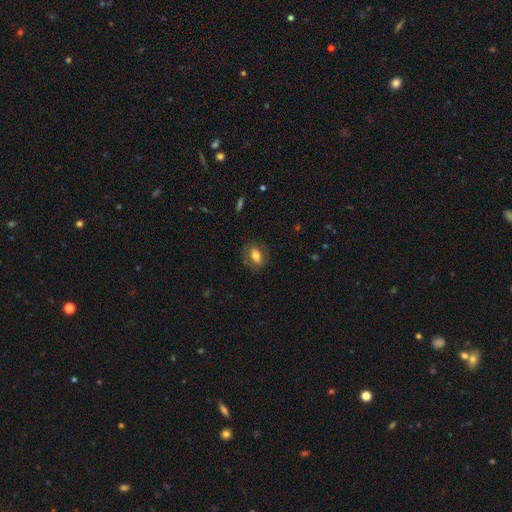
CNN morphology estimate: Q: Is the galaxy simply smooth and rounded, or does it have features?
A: smooth — 70%.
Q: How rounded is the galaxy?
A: in between — 74%.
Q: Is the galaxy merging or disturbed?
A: none — 80%.